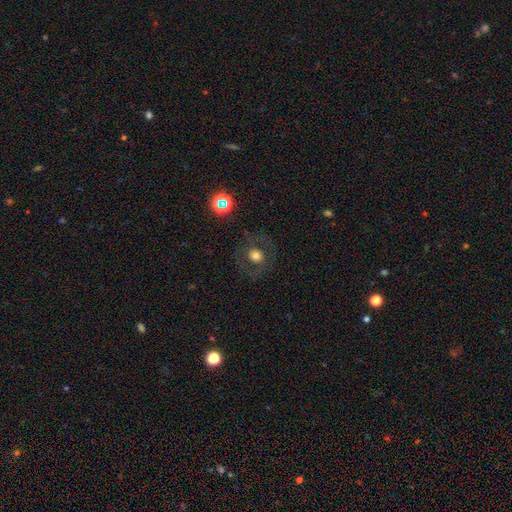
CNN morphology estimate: Overall: smooth (59%; featured or disk 28%). How rounded: round (84%). Merging: none (82%).